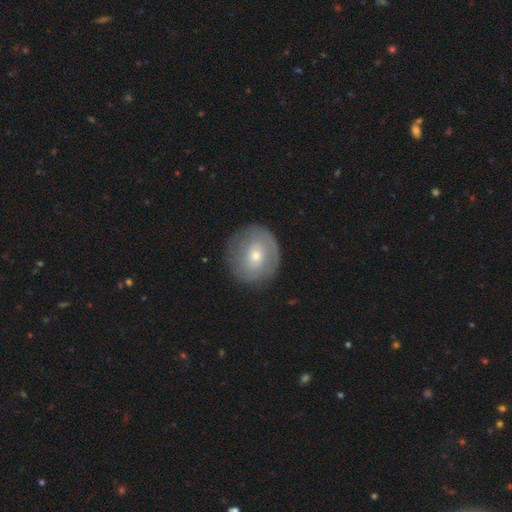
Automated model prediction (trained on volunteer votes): smooth-or-featured: smooth: 51% | featured or disk: 41% | star or artifact: 8%
  how-rounded: round: 85% | in between: 14% | cigar-shaped: 1%
  merging: none: 80% | minor disturbance: 14% | major disturbance: 5% | merger: 1%